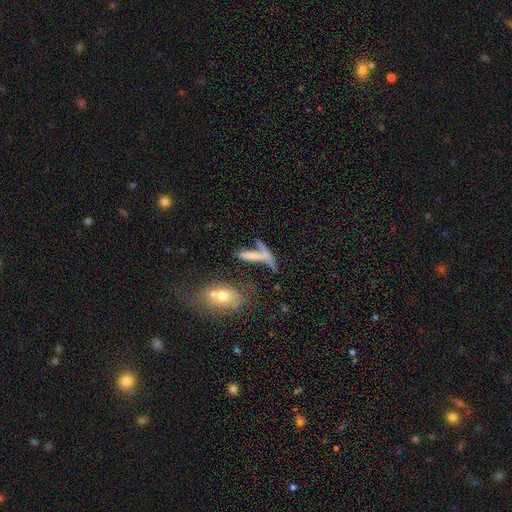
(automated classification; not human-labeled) A smooth galaxy with no disk features (51%) that is cigar-shaped (74%).

Vote fractions:
- Smooth or featured? smooth: 51% / featured or disk: 34% / star or artifact: 14%
- How rounded? cigar-shaped: 74% / in between: 21% / round: 5%
- Merging? merger: 39% / none: 31% / major disturbance: 16% / minor disturbance: 13%